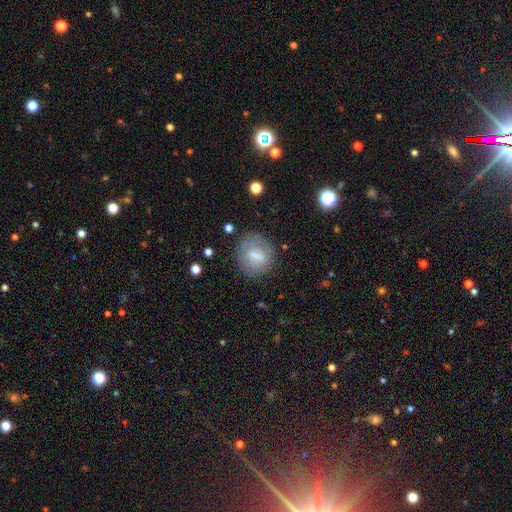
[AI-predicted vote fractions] A smooth galaxy with no disk features (61%) that is round (65%). Merging: none (69%).